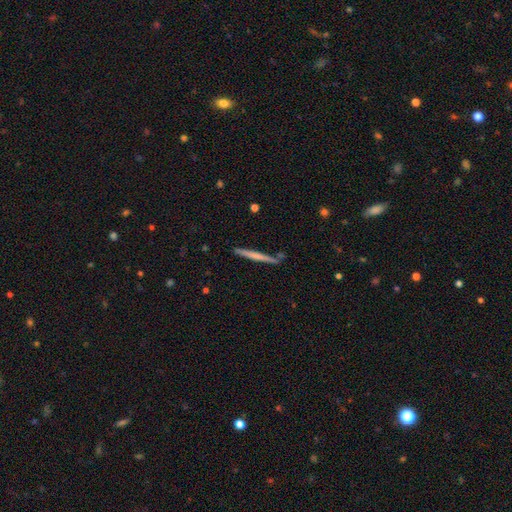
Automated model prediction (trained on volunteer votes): Smooth or featured?
  - smooth: 50% *
  - featured or disk: 45%
  - star or artifact: 5%
Merging?
  - none: 86% *
  - minor disturbance: 9%
  - merger: 3%
  - major disturbance: 2%